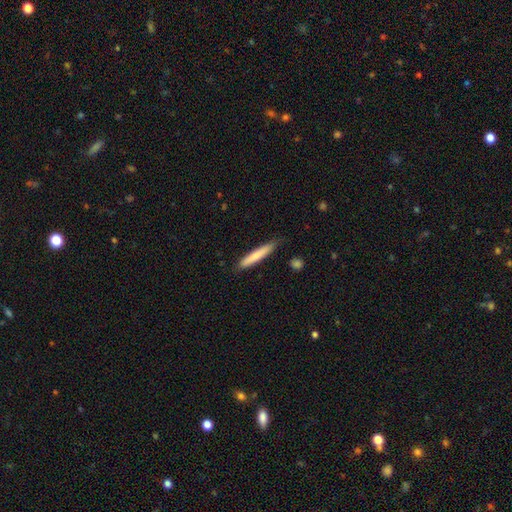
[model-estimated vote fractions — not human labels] Morphology: type=smooth (75%); roundness=cigar-shaped (93%); merging=none (84%).